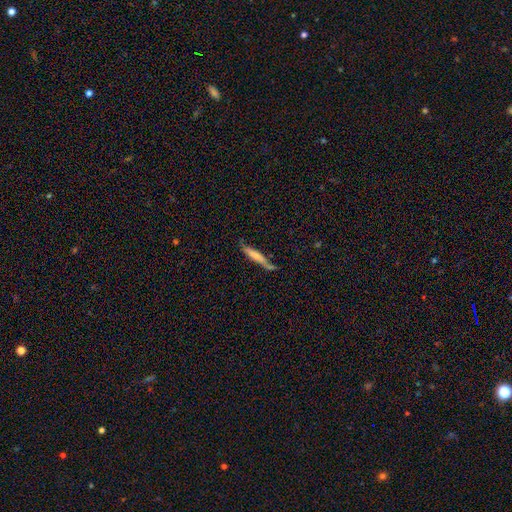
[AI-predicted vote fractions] Smooth or featured? Predicted: smooth (p=0.63). How rounded? Predicted: cigar-shaped (p=0.91). Merging? Predicted: none (p=0.62).